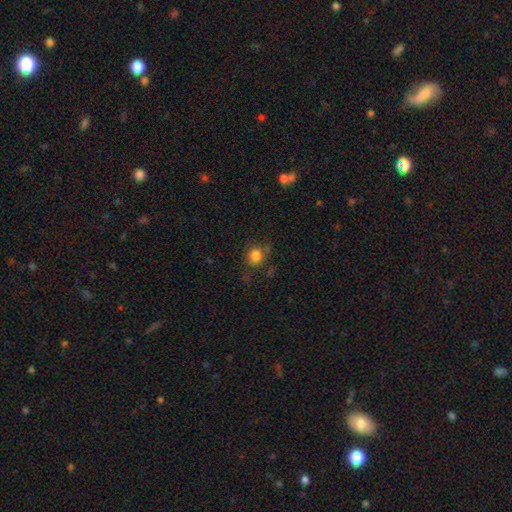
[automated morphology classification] Q: Smooth or featured?
A: smooth (82%); runner-up: star or artifact (12%)
Q: How rounded?
A: round (81%); runner-up: in between (18%)
Q: Merging?
A: none (72%); runner-up: minor disturbance (16%)